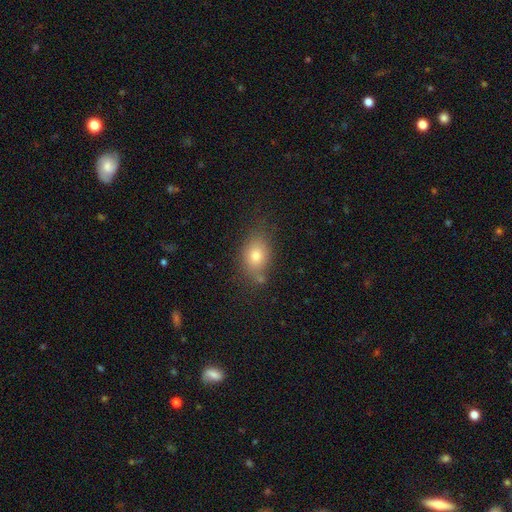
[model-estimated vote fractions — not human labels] Q: Smooth or featured?
A: smooth (77%); runner-up: featured or disk (12%)
Q: How rounded?
A: in between (73%); runner-up: round (25%)
Q: Merging?
A: none (69%); runner-up: minor disturbance (19%)